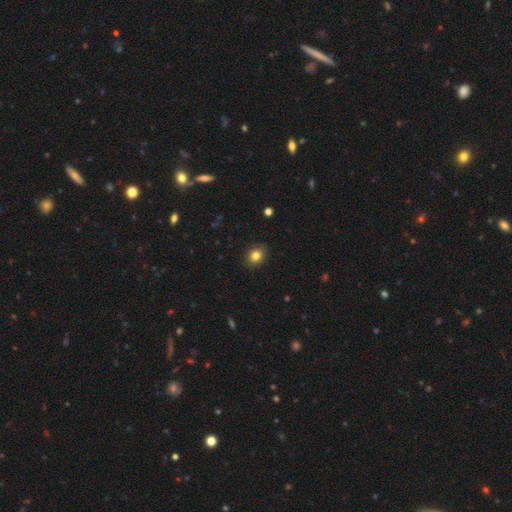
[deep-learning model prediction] Smooth or featured? Predicted: smooth (p=0.82). How rounded? Predicted: round (p=0.62). Merging? Predicted: none (p=0.88).